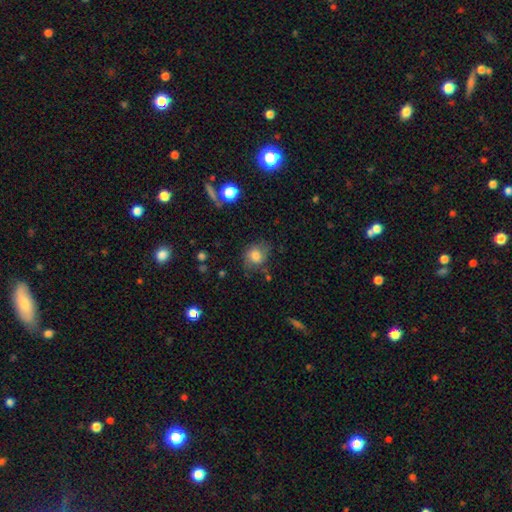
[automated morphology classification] A smooth galaxy with no disk features (74%) that is round (65%).

Vote fractions:
- Smooth or featured? smooth: 74% / featured or disk: 17% / star or artifact: 9%
- How rounded? round: 65% / in between: 34% / cigar-shaped: 1%
- Merging? none: 62% / minor disturbance: 25% / major disturbance: 11% / merger: 2%